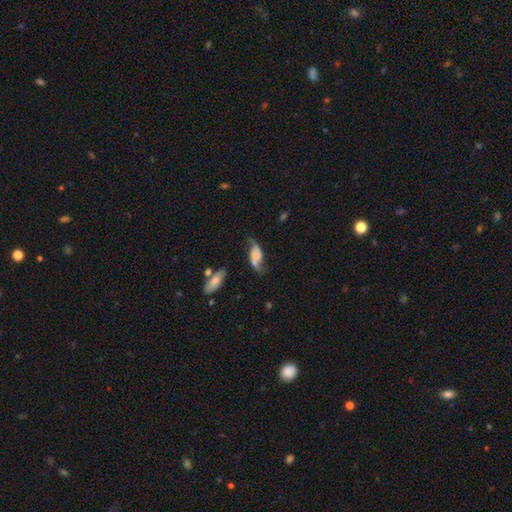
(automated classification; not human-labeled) Smooth or featured: featured or disk — 65% (smooth — 26%)
Edge-on disk: no — 92% (yes — 8%)
Bar: no — 58% (weak — 30%)
Spiral arms: yes — 90% (no — 10%)
Spiral winding: loose — 73% (medium — 20%)
Spiral arm count: 2 — 89% (can't tell — 4%)
Bulge size: none — 46% (small — 23%)
Merging: none — 53% (minor disturbance — 25%)